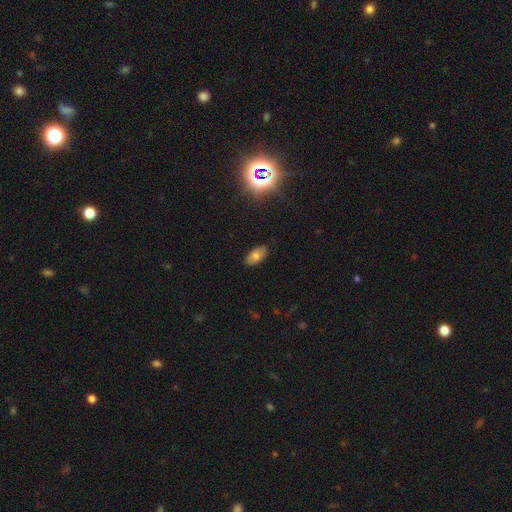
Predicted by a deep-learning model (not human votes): A smooth galaxy with no disk features (72%) that is in between round and cigar-shaped (93%).

Vote fractions:
- Smooth or featured? smooth: 72% / featured or disk: 15% / star or artifact: 13%
- How rounded? in between: 93% / round: 4% / cigar-shaped: 3%
- Merging? none: 87% / minor disturbance: 10% / major disturbance: 2% / merger: 1%